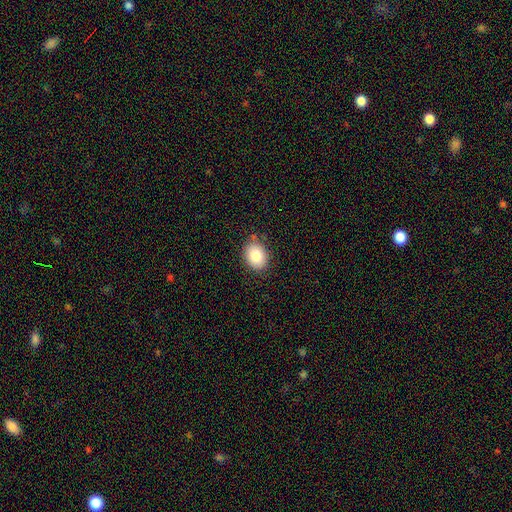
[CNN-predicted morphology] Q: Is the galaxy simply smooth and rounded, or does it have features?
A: smooth — 85%.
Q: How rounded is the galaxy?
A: in between — 58%.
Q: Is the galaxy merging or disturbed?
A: none — 81%.